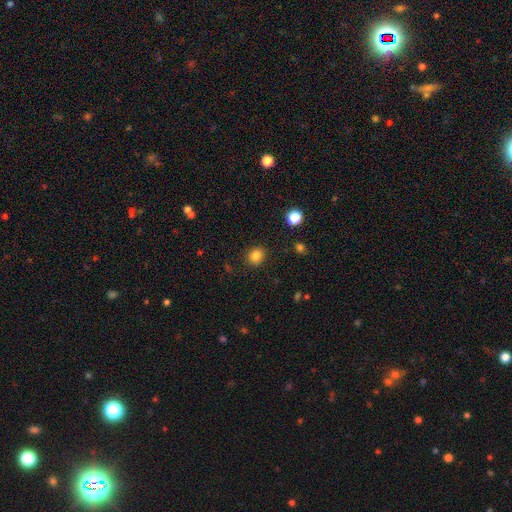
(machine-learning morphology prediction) A smooth galaxy with no disk features (83%) that is round (81%).

Vote fractions:
- Smooth or featured? smooth: 83% / star or artifact: 12% / featured or disk: 5%
- How rounded? round: 81% / in between: 18% / cigar-shaped: 1%
- Merging? none: 90% / minor disturbance: 7% / major disturbance: 2% / merger: 1%